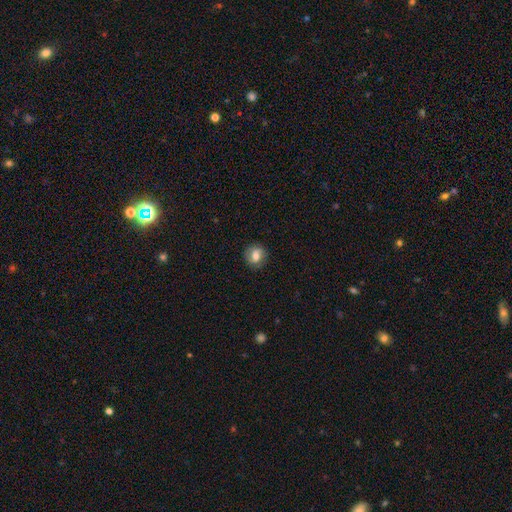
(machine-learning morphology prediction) The model was most divided on "smooth or featured": smooth: 62%, featured or disk: 29%, star or artifact: 10%. More confident: merging — none (85%); how rounded — round (82%).